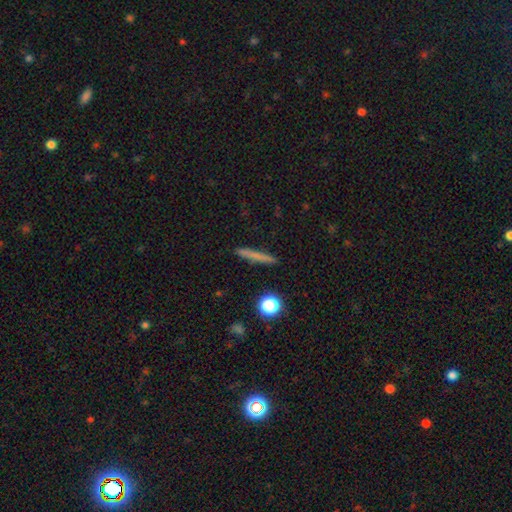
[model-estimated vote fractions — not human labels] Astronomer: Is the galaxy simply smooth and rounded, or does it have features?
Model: smooth — 68%.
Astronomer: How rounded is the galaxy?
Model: cigar-shaped — 93%.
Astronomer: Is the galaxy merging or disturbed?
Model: none — 90%.